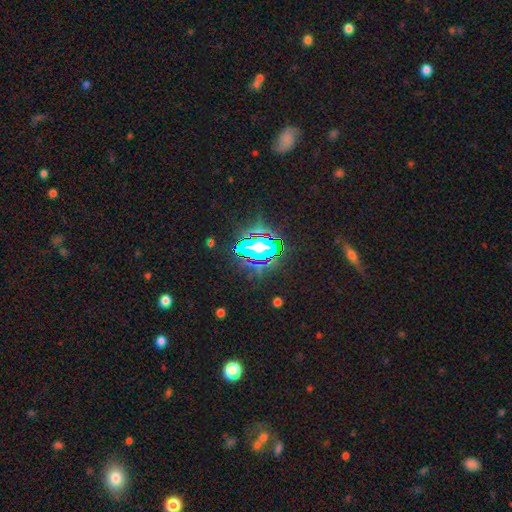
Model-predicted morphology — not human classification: The model was most divided on "smooth or featured": star or artifact: 80%, smooth: 11%, featured or disk: 8%.